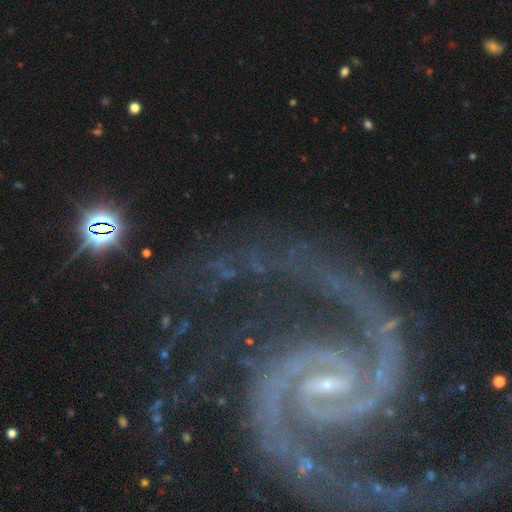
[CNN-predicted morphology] type=featured or disk (89%); edge-on=no (98%); bar=weak (40%); spiral arms=yes (98%); winding=medium (48%); arm count=2 (80%); bulge=small (79%); merging=none (58%).